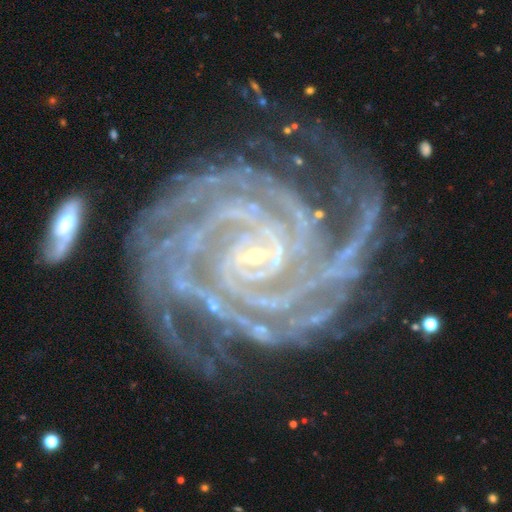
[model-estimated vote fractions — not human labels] featured or disk 94%, star or artifact 4%, smooth 2%. Down the decision tree: edge-on disk — no (98%); bar — no (48%); spiral arms — yes (99%); spiral arm count — 4 (23%); spiral winding — tight (82%); bulge size — small (86%); merging — none (66%).